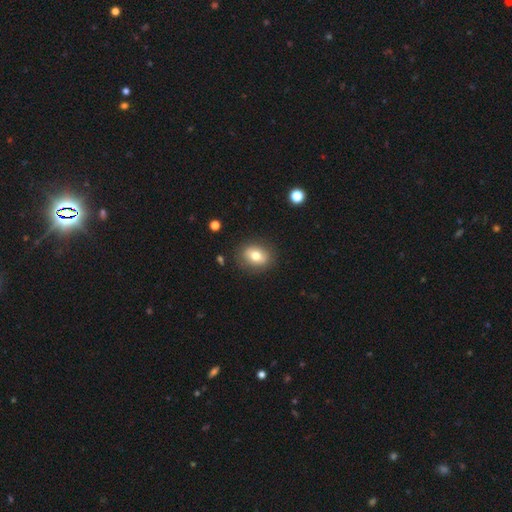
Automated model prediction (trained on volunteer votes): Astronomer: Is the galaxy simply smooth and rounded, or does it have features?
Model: smooth — 73%.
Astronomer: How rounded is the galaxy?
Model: in between — 52% (runner-up: round, 47%).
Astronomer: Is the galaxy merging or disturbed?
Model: none — 86%.